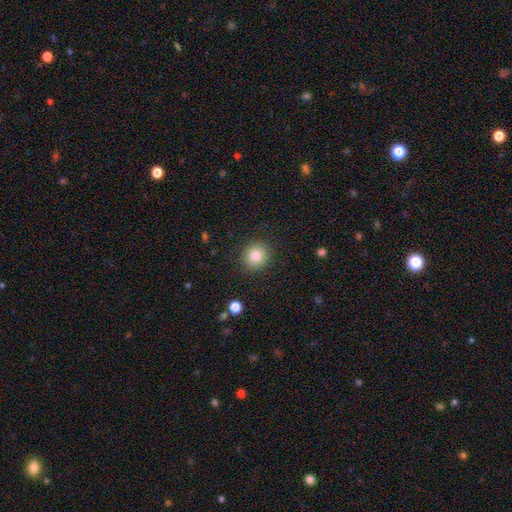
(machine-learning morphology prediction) smooth-or-featured: smooth: 83% | star or artifact: 10% | featured or disk: 7%
  how-rounded: round: 83% | in between: 16% | cigar-shaped: 1%
  merging: none: 89% | minor disturbance: 7% | major disturbance: 3% | merger: 1%